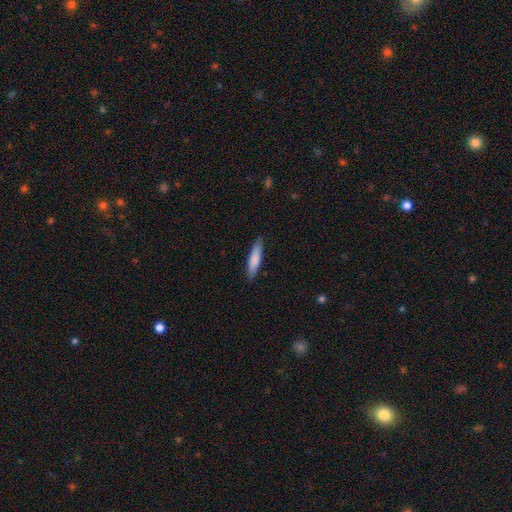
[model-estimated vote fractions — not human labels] A smooth galaxy with no disk features (77%) that is cigar-shaped (86%). Merging: none (89%).